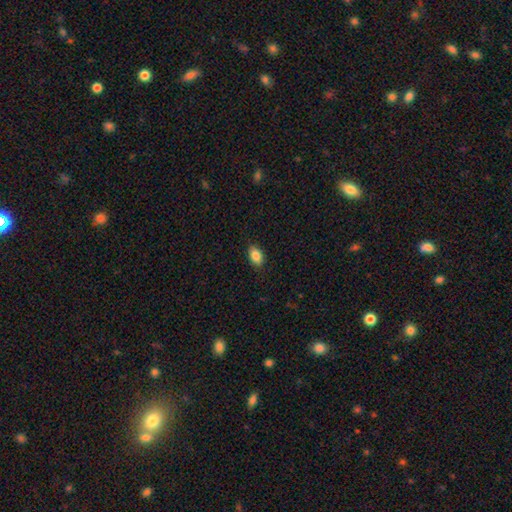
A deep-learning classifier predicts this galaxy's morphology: This appears to be a smooth galaxy with no disk features (87%) that is in between round and cigar-shaped (90%). Merging: none (88%).